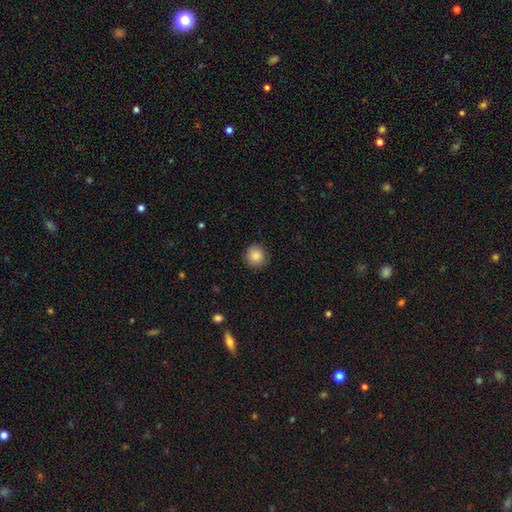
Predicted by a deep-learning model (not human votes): smooth_or_featured: smooth (p=0.86) [alt: star or artifact p=0.09]
how_rounded: round (p=0.92) [alt: in between p=0.07]
merging: none (p=0.87) [alt: minor disturbance p=0.09]